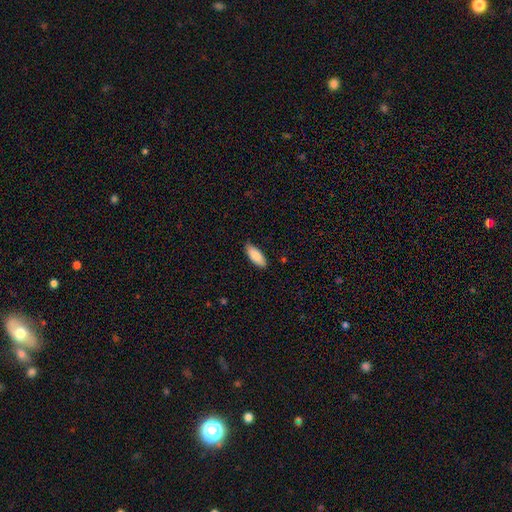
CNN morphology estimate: A smooth galaxy with no disk features (87%) that is in between round and cigar-shaped (77%).

Vote fractions:
- Smooth or featured? smooth: 87% / featured or disk: 8% / star or artifact: 6%
- How rounded? in between: 77% / cigar-shaped: 22% / round: 2%
- Merging? none: 85% / minor disturbance: 12% / major disturbance: 2% / merger: 1%